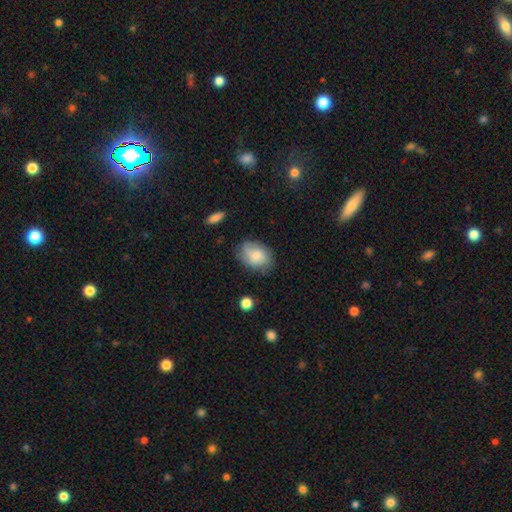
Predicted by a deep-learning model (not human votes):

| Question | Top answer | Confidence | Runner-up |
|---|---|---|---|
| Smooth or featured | smooth | 72% | featured or disk (20%) |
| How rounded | in between | 79% | round (20%) |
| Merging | none | 67% | minor disturbance (24%) |